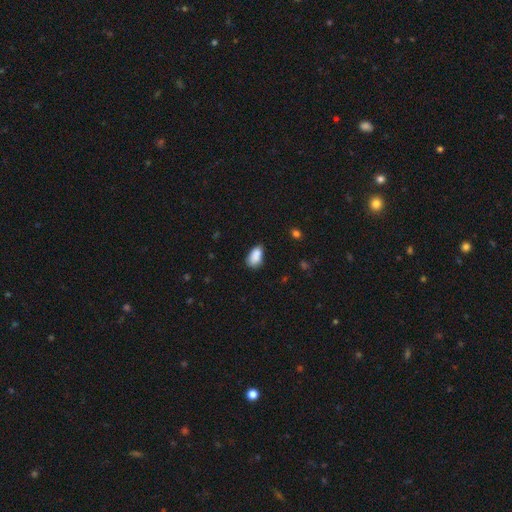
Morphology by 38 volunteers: This appears to be a smooth galaxy with no disk features (95%) that is in between round and cigar-shaped (89%). Merging: minor disturbance (43%).